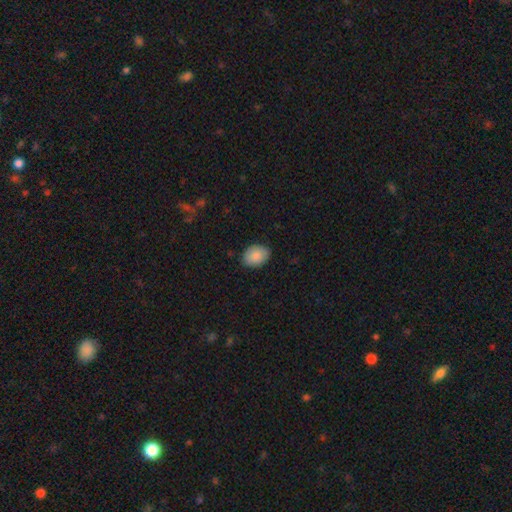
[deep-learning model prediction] Smooth or featured: smooth — 88% (star or artifact — 7%)
How rounded: in between — 73% (round — 26%)
Merging: none — 84% (minor disturbance — 12%)